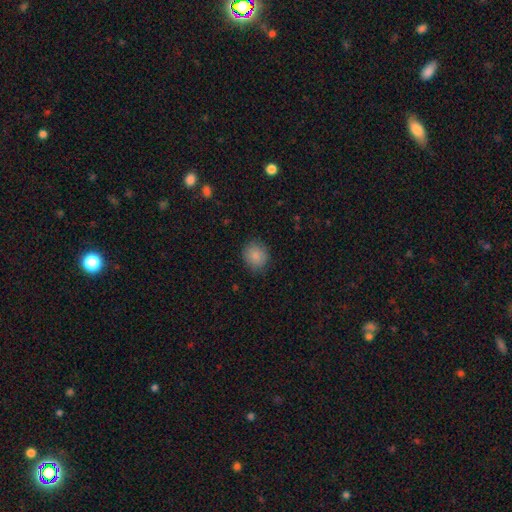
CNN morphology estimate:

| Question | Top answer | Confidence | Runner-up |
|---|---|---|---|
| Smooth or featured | smooth | 85% | star or artifact (8%) |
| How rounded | round | 79% | in between (20%) |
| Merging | none | 82% | minor disturbance (13%) |